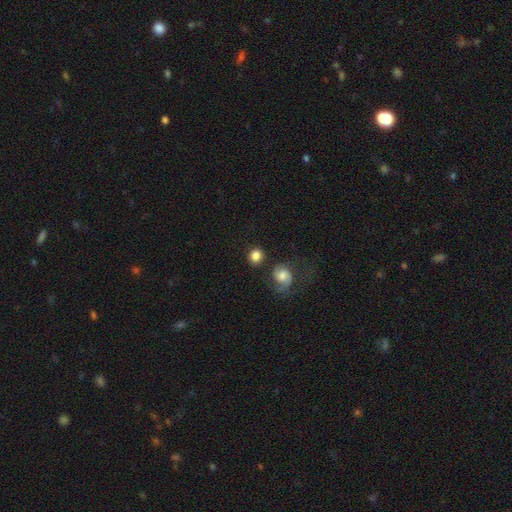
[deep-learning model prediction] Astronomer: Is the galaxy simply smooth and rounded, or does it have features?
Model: smooth — 83%.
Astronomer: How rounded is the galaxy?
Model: round — 80%.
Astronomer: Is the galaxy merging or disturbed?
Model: none — 72%.